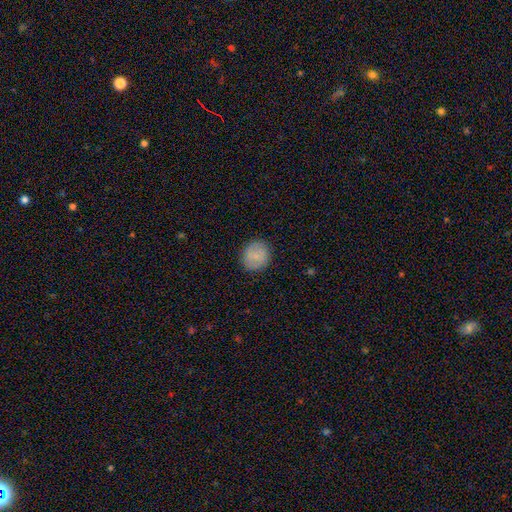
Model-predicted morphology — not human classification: Smooth or featured: smooth — 79% (featured or disk — 14%)
How rounded: round — 84% (in between — 15%)
Merging: none — 88% (minor disturbance — 9%)